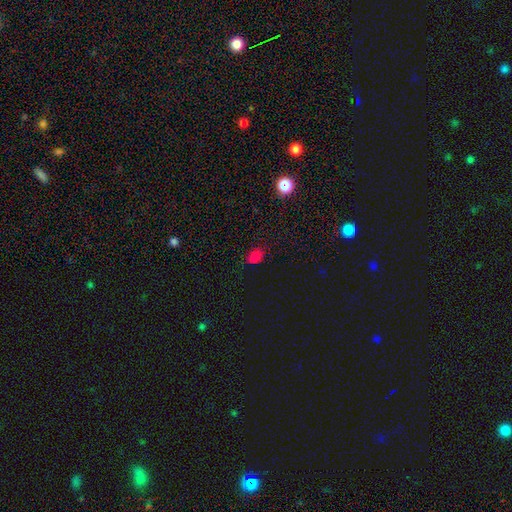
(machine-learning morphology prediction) type=smooth (76%); roundness=in between (67%); merging=none (78%).